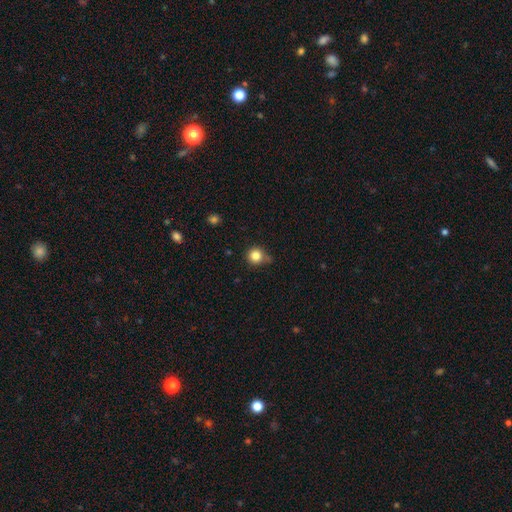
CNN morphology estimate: type=smooth (83%); roundness=round (92%); merging=none (67%).